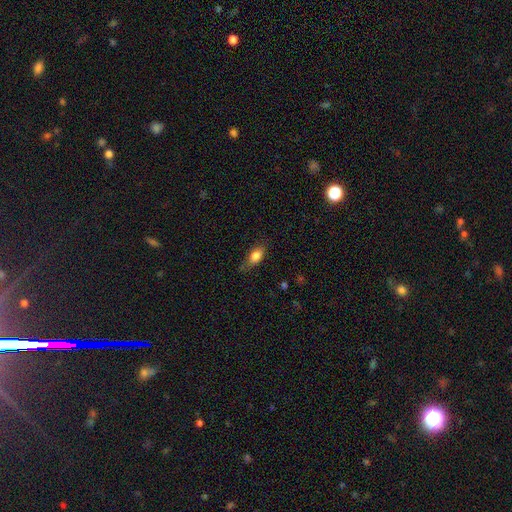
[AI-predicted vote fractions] This appears to be a smooth galaxy with no disk features (80%) that is in between round and cigar-shaped (81%). Merging: none (67%).